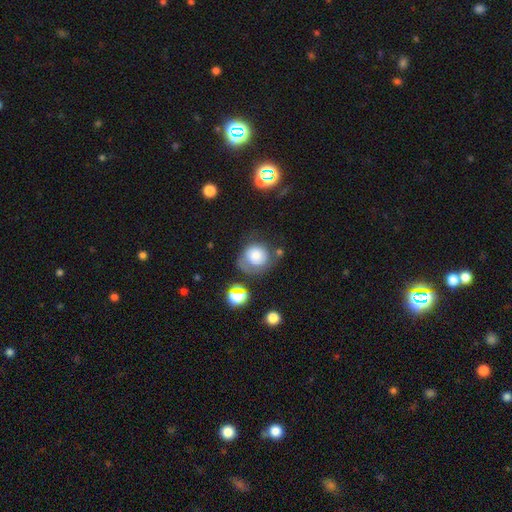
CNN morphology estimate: Q: Smooth or featured?
A: smooth (63%); runner-up: featured or disk (27%)
Q: How rounded?
A: round (82%); runner-up: in between (17%)
Q: Merging?
A: none (46%); runner-up: minor disturbance (26%)